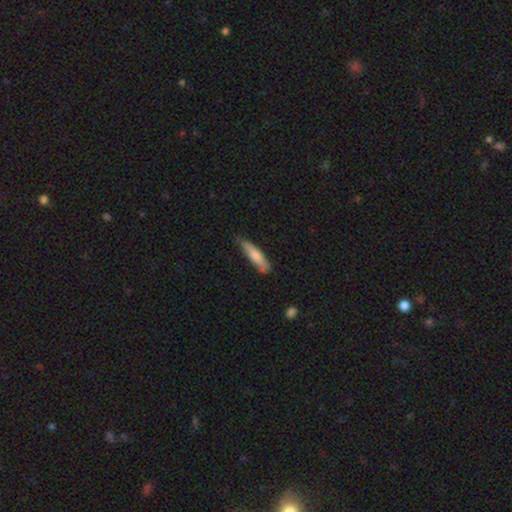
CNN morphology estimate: type=smooth (76%); roundness=cigar-shaped (80%); merging=none (68%).